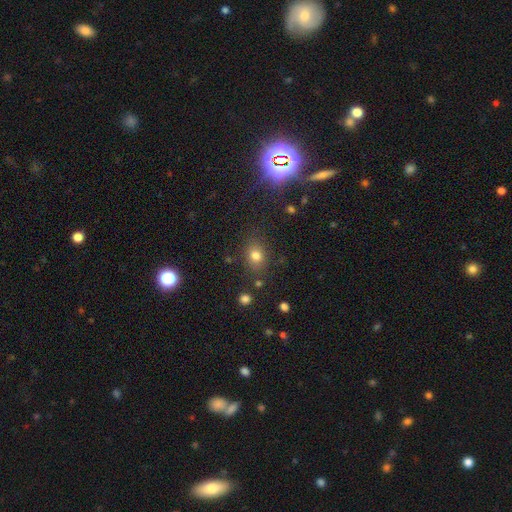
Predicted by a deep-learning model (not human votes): Overall: smooth (76%). How rounded: round (52%; in between 46%). Merging: none (81%).